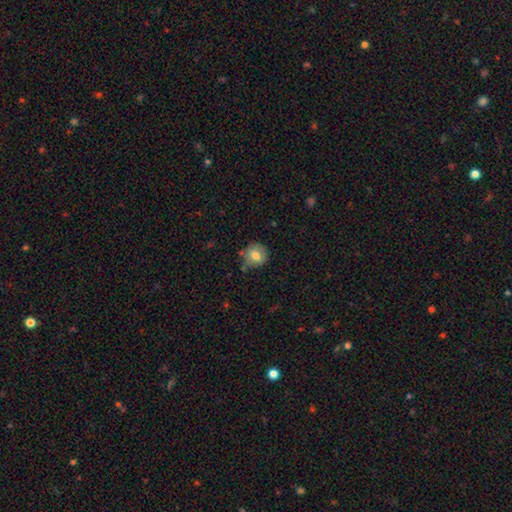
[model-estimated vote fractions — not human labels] Q: Smooth or featured?
A: smooth (75%); runner-up: featured or disk (16%)
Q: How rounded?
A: round (84%); runner-up: in between (15%)
Q: Merging?
A: none (72%); runner-up: minor disturbance (19%)